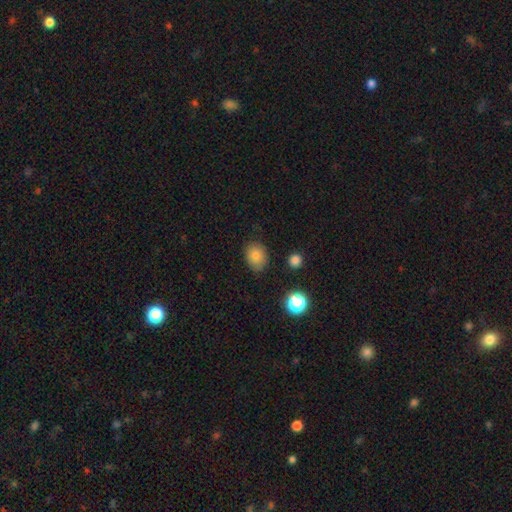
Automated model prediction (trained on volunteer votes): The model was most divided on "how rounded": in between: 55%, round: 44%, cigar-shaped: 1%. More confident: smooth or featured — smooth (82%); merging — none (81%).